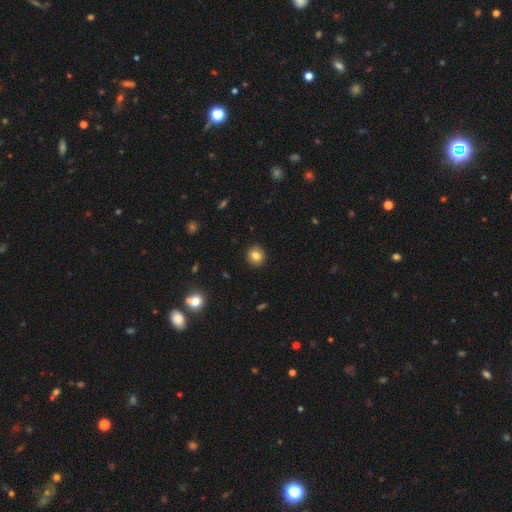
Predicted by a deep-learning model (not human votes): This appears to be a smooth galaxy with no disk features (82%) that is round (90%). Merging: none (92%).